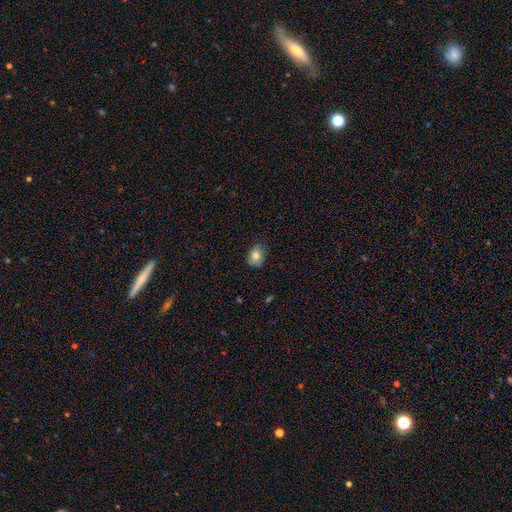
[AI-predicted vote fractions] Smooth or featured?
  - smooth: 80% *
  - featured or disk: 11%
  - star or artifact: 9%
How rounded?
  - in between: 71% *
  - round: 28%
  - cigar-shaped: 1%
Merging?
  - none: 77% *
  - minor disturbance: 19%
  - major disturbance: 3%
  - merger: 1%